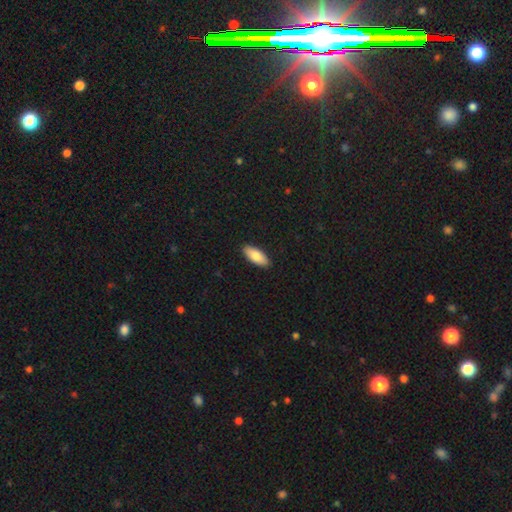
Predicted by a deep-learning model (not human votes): smooth 84%, featured or disk 11%, star or artifact 6%. Down the decision tree: how rounded — in between (82%); merging — none (91%).